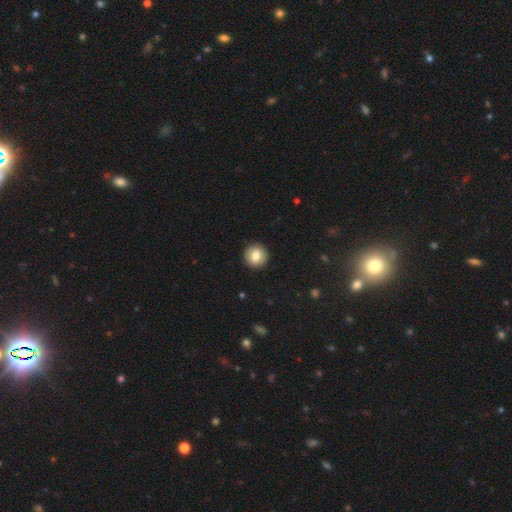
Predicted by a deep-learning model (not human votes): Smooth or featured?
  - smooth: 79% *
  - featured or disk: 12%
  - star or artifact: 8%
How rounded?
  - round: 90% *
  - in between: 9%
  - cigar-shaped: 1%
Merging?
  - none: 92% *
  - minor disturbance: 5%
  - major disturbance: 2%
  - merger: 1%